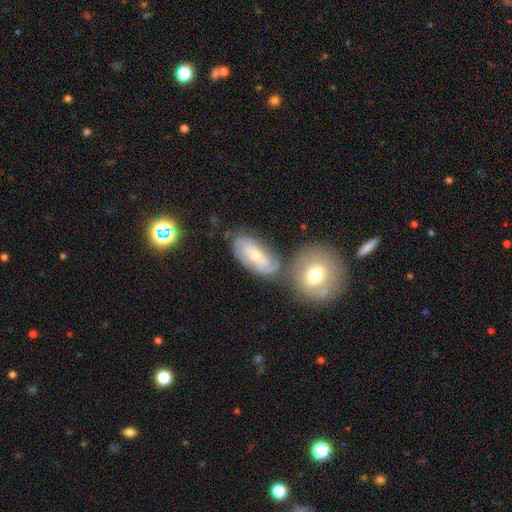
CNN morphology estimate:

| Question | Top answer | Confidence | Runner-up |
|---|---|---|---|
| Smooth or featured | featured or disk | 69% | smooth (24%) |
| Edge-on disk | no | 93% | yes (7%) |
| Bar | no | 60% | weak (31%) |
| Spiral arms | yes | 89% | no (11%) |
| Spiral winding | tight | 54% | medium (35%) |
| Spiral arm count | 2 | 46% | can't tell (30%) |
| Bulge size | small | 57% | moderate (39%) |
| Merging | none | 56% | merger (19%) |